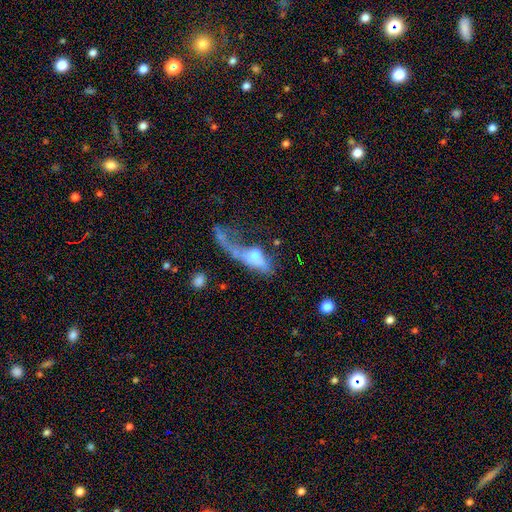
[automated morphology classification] A featured or disk galaxy (45%, tied with smooth).

Vote fractions:
- Smooth or featured? featured or disk: 45% (tied) / smooth: 45% (tied) / star or artifact: 10%
- Merging? major disturbance: 62% / merger: 17% / none: 12% / minor disturbance: 10%